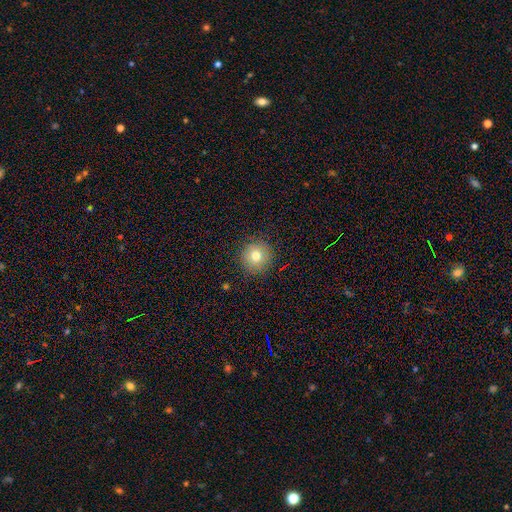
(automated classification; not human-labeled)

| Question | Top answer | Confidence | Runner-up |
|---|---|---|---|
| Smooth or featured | smooth | 77% | star or artifact (12%) |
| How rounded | round | 93% | in between (6%) |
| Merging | none | 88% | minor disturbance (8%) |